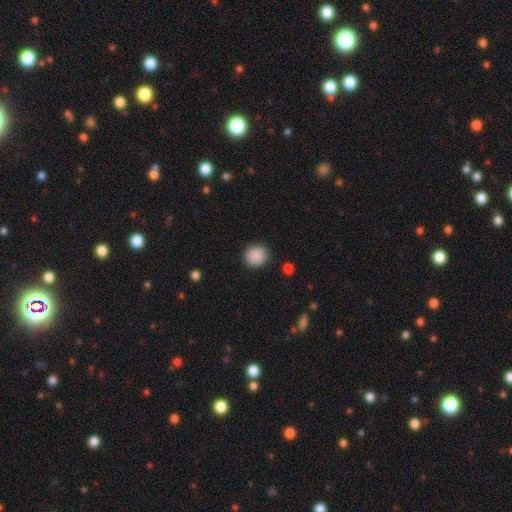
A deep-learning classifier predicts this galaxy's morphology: Smooth or featured?
  - smooth: 89% *
  - star or artifact: 8%
  - featured or disk: 3%
How rounded?
  - round: 84% *
  - in between: 15%
  - cigar-shaped: 1%
Merging?
  - none: 88% *
  - minor disturbance: 8%
  - major disturbance: 2%
  - merger: 1%